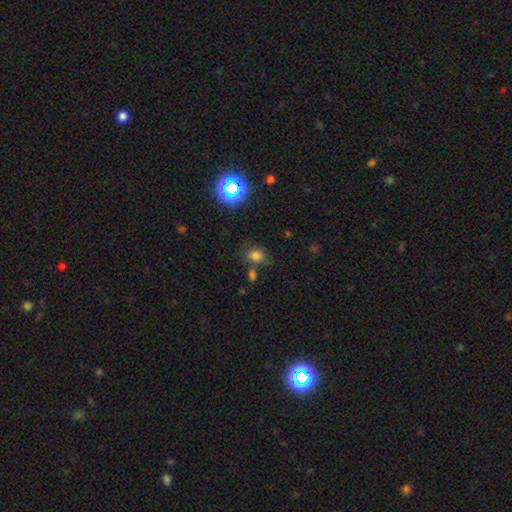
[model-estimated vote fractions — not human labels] smooth-or-featured: smooth: 72% | star or artifact: 21% | featured or disk: 7%
  how-rounded: round: 51% | in between: 48% | cigar-shaped: 1%
  merging: none: 68% | minor disturbance: 14% | merger: 13% | major disturbance: 5%